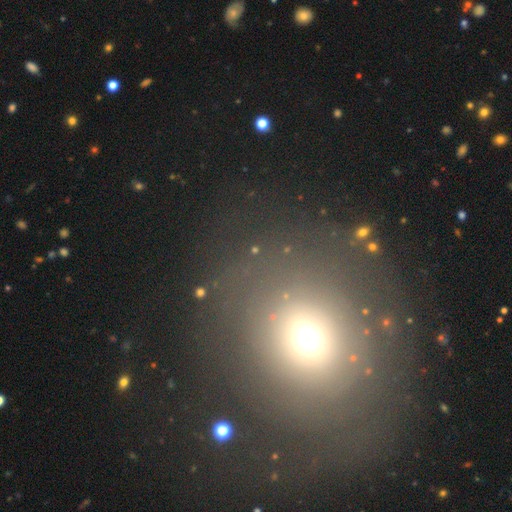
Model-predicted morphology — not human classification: smooth-or-featured: smooth: 53% | star or artifact: 33% | featured or disk: 14%
  how-rounded: round: 81% | in between: 18% | cigar-shaped: 1%
  merging: none: 79% | minor disturbance: 10% | major disturbance: 8% | merger: 3%